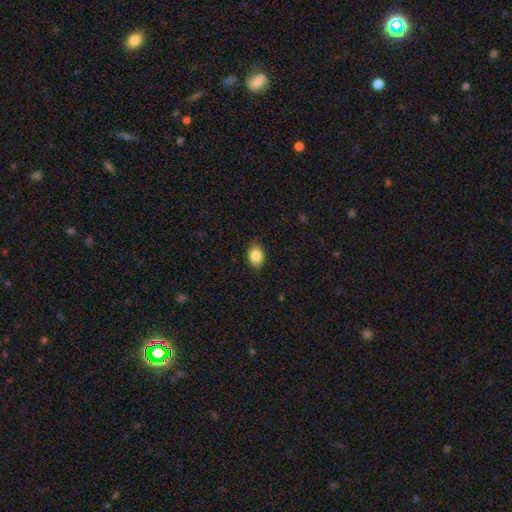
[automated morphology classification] smooth 85%, star or artifact 8%, featured or disk 7%. Down the decision tree: how rounded — in between (81%); merging — none (86%).